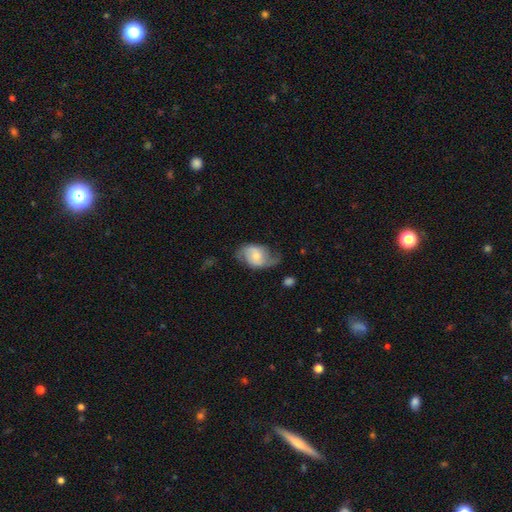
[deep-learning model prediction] Overall: featured or disk (60%; smooth 33%). Edge-on disk: no (96%). Bar: no (57%; weak 35%). Spiral arms: yes (86%). Bulge size: moderate (47%; small 45%). Merging: none (51%; minor disturbance 30%).